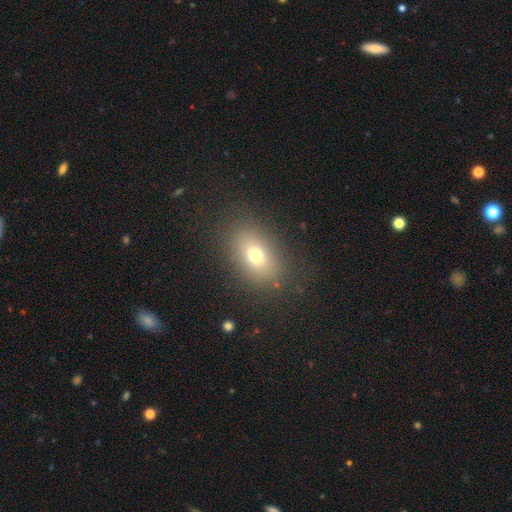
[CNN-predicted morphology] The model was most divided on "smooth or featured": smooth: 71%, featured or disk: 15%, star or artifact: 14%. More confident: merging — none (83%); how rounded — in between (78%).